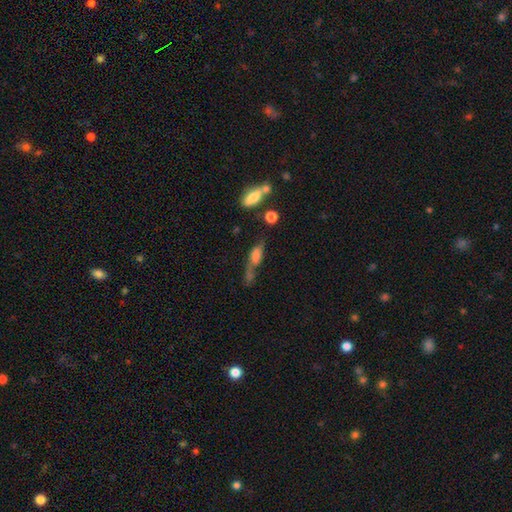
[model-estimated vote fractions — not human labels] This appears to be a smooth galaxy with no disk features (55%) that is in between round and cigar-shaped (56%). Merging: none (31%).